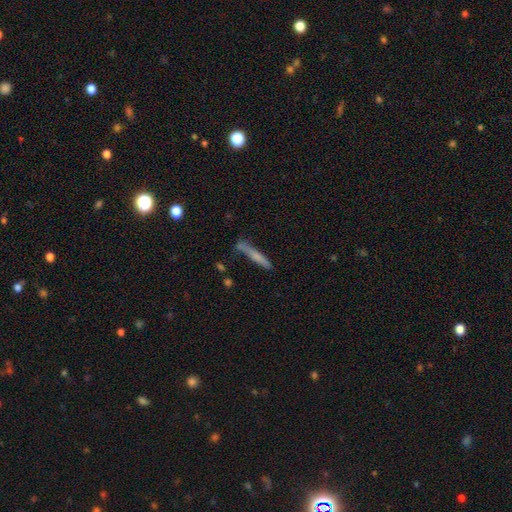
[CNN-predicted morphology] smooth-or-featured: smooth: 58% | featured or disk: 34% | star or artifact: 8%
  how-rounded: cigar-shaped: 94% | in between: 5% | round: 2%
  merging: none: 69% | minor disturbance: 18% | merger: 7% | major disturbance: 6%